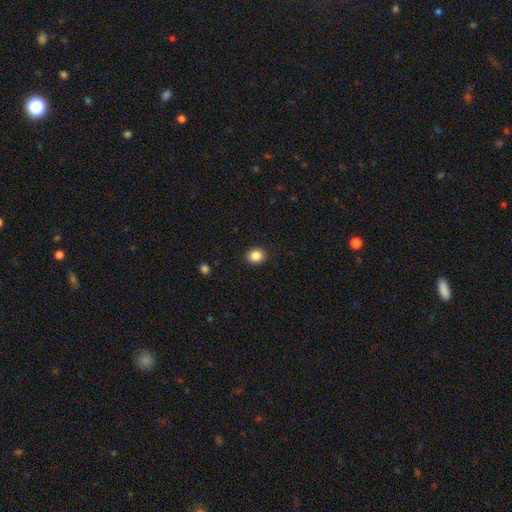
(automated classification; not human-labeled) smooth_or_featured: smooth (p=0.86) [alt: star or artifact p=0.10]
how_rounded: round (p=0.71) [alt: in between p=0.28]
merging: none (p=0.91) [alt: minor disturbance p=0.07]